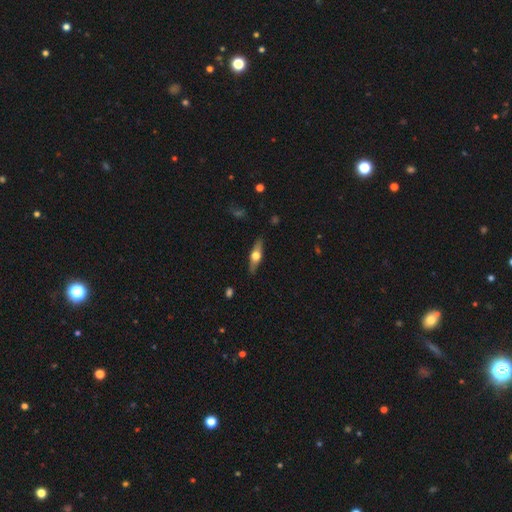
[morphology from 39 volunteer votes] Q: Smooth or featured?
A: featured or disk (54%); runner-up: smooth (41%)
Q: Edge-on disk?
A: yes (100%)
Q: Edge-on bulge?
A: rounded (100%)
Q: Merging?
A: none (84%); runner-up: minor disturbance (14%)